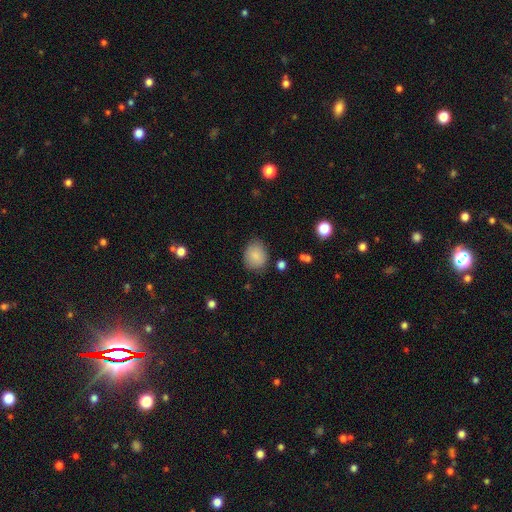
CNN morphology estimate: A smooth galaxy with no disk features (84%) that is round (54%).

Vote fractions:
- Smooth or featured? smooth: 84% / star or artifact: 8% / featured or disk: 8%
- How rounded? round: 54% / in between: 45% / cigar-shaped: 1%
- Merging? none: 78% / minor disturbance: 17% / major disturbance: 4% / merger: 2%